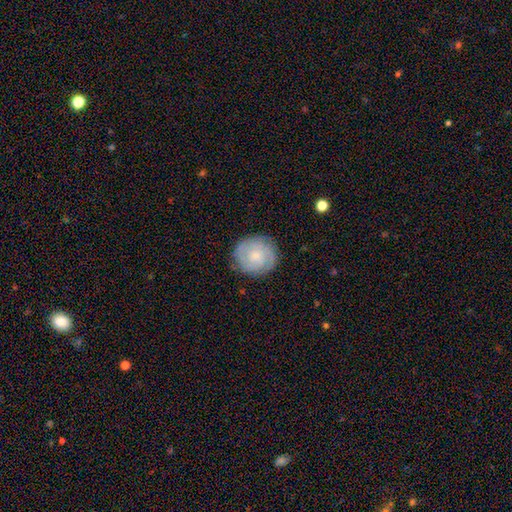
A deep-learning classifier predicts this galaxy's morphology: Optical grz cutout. It shows a featured or disk galaxy (59%) with no bar (77%), tight (72%) spiral arms (89%) and a small central bulge (67%). Merging: none (84%).